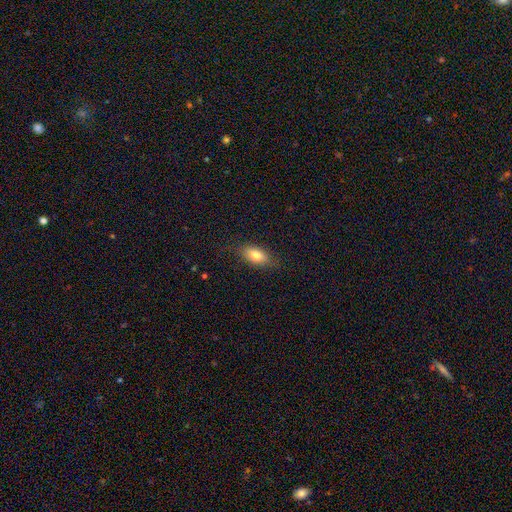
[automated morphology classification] Overall: smooth (77%). How rounded: in between (85%). Merging: none (82%).